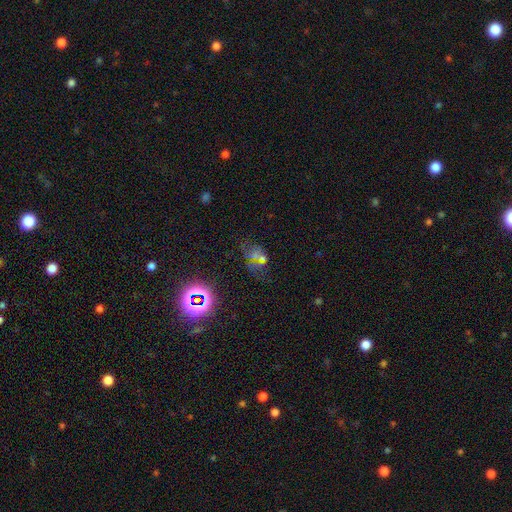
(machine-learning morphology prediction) This appears to be a star or artifact, not a galaxy (52%).